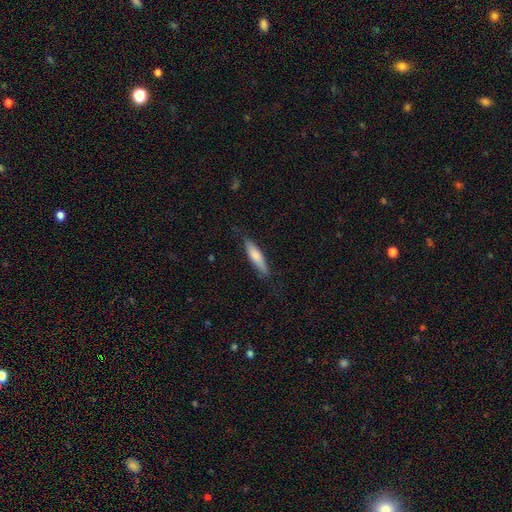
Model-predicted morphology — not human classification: This is likely a smooth galaxy (72%). How rounded: likely cigar-shaped (79%). Merging: clearly none (80%).